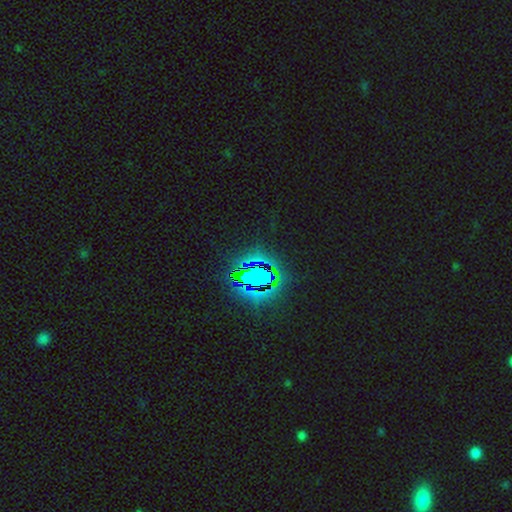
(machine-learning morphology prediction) This appears to be a star or artifact, not a galaxy (79%).